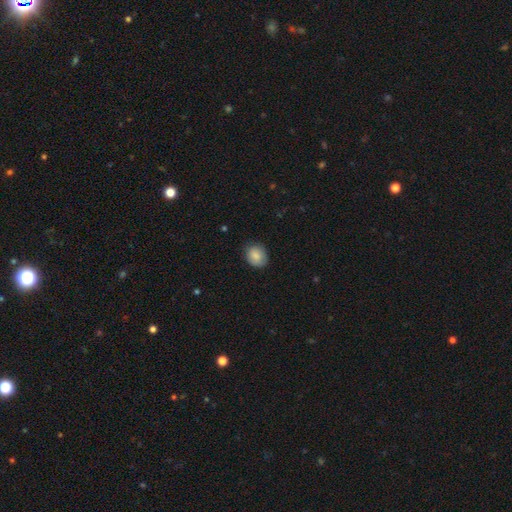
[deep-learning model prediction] Smooth or featured?
  - smooth: 86% *
  - star or artifact: 7%
  - featured or disk: 7%
How rounded?
  - round: 59% *
  - in between: 40%
  - cigar-shaped: 1%
Merging?
  - none: 81% *
  - minor disturbance: 15%
  - major disturbance: 3%
  - merger: 1%